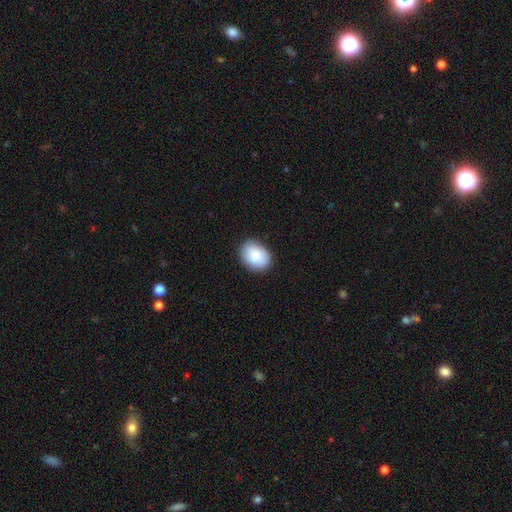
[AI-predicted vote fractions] Smooth or featured: smooth — 85% (featured or disk — 9%)
How rounded: in between — 65% (round — 34%)
Merging: none — 85% (minor disturbance — 12%)